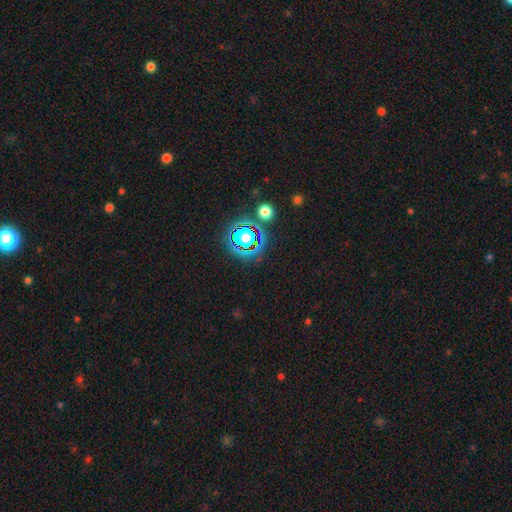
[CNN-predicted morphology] star or artifact 79%, smooth 13%, featured or disk 8%.